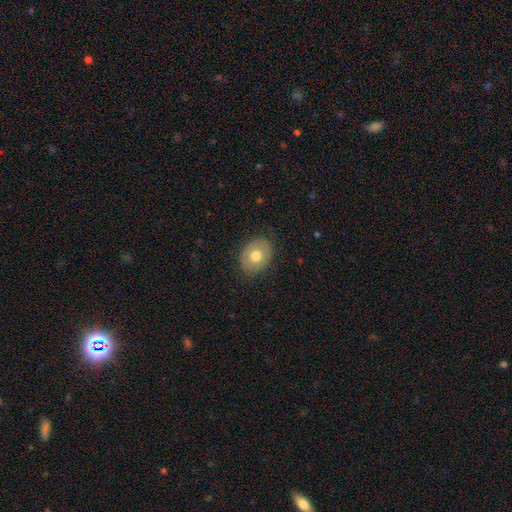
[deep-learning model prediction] This appears to be a smooth galaxy with no disk features (69%) that is in between round and cigar-shaped (60%). Merging: none (84%).